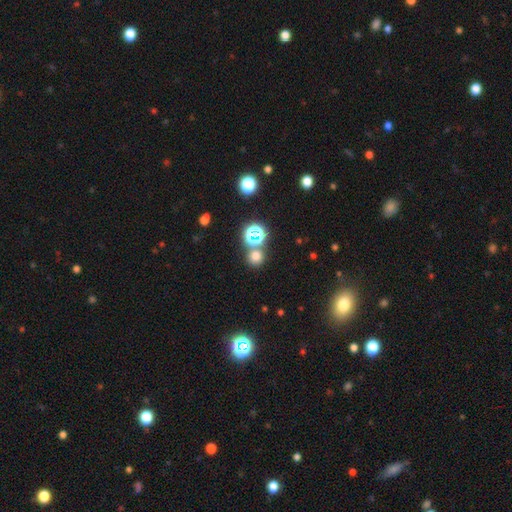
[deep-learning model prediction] Smooth or featured?
  - smooth: 65% *
  - star or artifact: 29%
  - featured or disk: 6%
How rounded?
  - round: 88% *
  - in between: 11%
  - cigar-shaped: 1%
Merging?
  - none: 73% *
  - merger: 16%
  - minor disturbance: 8%
  - major disturbance: 3%